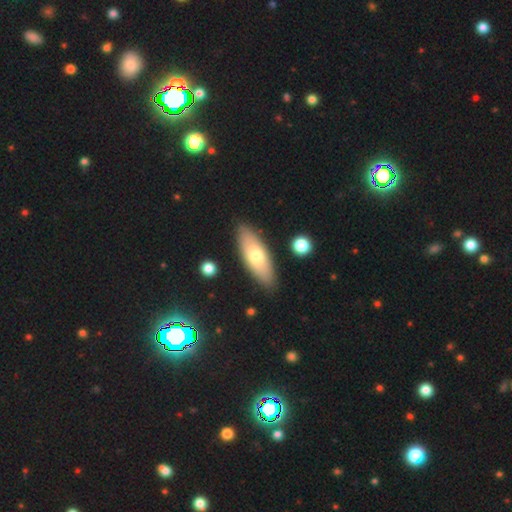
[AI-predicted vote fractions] Smooth or featured: smooth — 65% (featured or disk — 30%)
How rounded: in between — 68% (cigar-shaped — 30%)
Merging: none — 86% (minor disturbance — 9%)